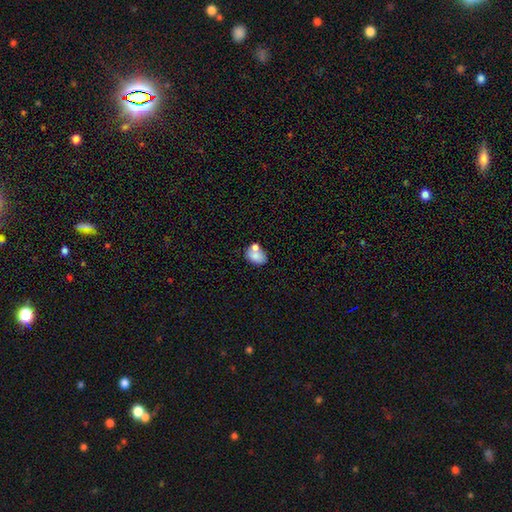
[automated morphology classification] smooth 77%, featured or disk 14%, star or artifact 9%. Down the decision tree: how rounded — in between (74%); merging — none (47%).